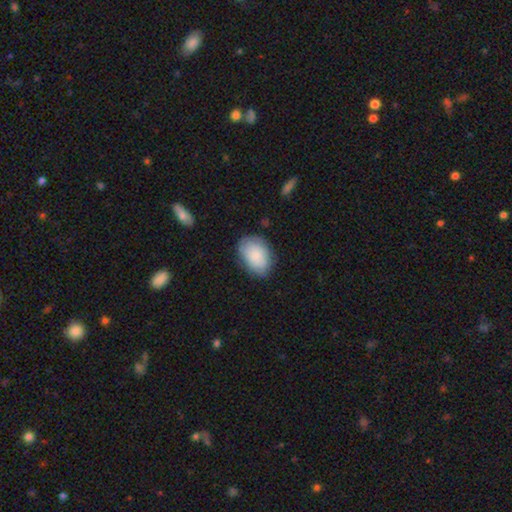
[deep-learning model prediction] smooth 84%, featured or disk 10%, star or artifact 6%. Down the decision tree: how rounded — in between (82%); merging — none (77%).